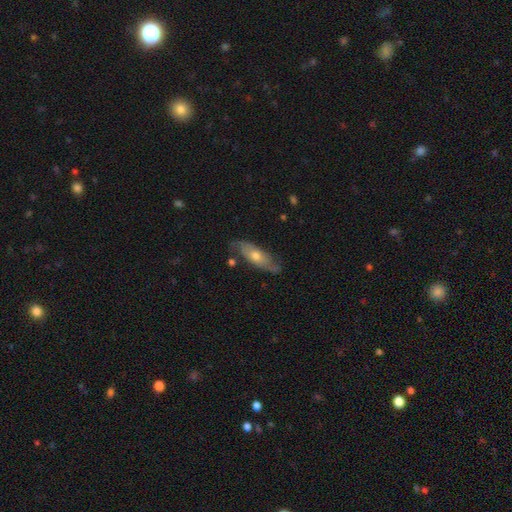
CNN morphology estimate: Smooth or featured? Predicted: featured or disk (p=0.57). Edge-on disk? Predicted: no (p=0.66). Merging? Predicted: none (p=0.73).